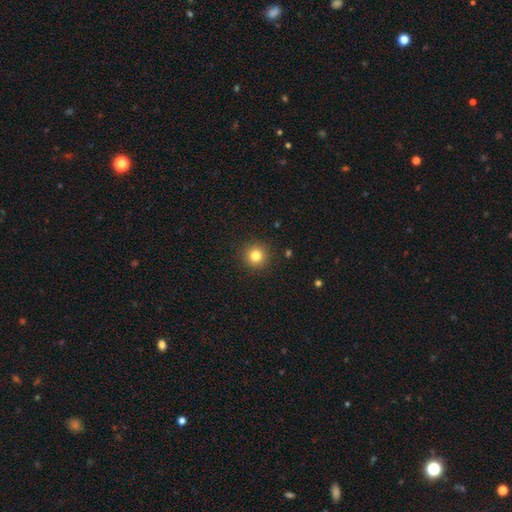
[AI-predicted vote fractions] smooth_or_featured: smooth (p=0.82) [alt: star or artifact p=0.12]
how_rounded: round (p=0.94) [alt: in between p=0.05]
merging: none (p=0.91) [alt: minor disturbance p=0.06]